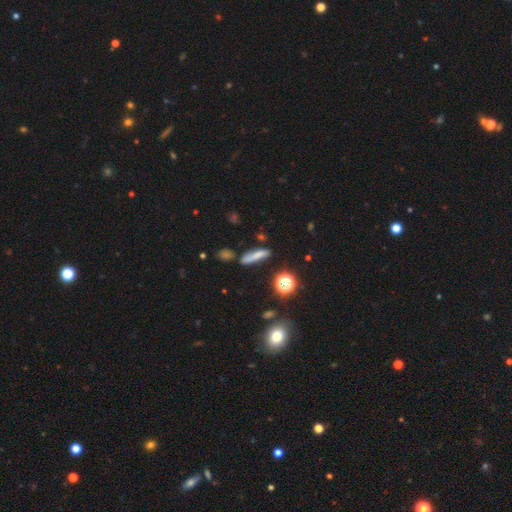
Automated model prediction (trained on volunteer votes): smooth-or-featured: smooth: 68% | featured or disk: 16% | star or artifact: 16%
  how-rounded: cigar-shaped: 74% | in between: 19% | round: 7%
  merging: none: 67% | minor disturbance: 18% | merger: 8% | major disturbance: 6%